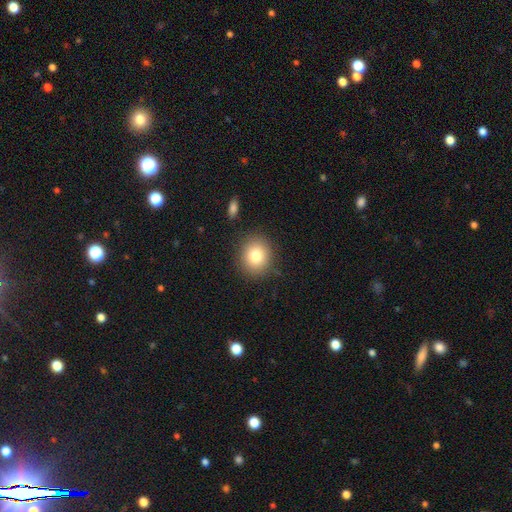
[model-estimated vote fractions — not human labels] This is likely a smooth galaxy (79%). How rounded: likely round (77%). Merging: clearly none (87%).